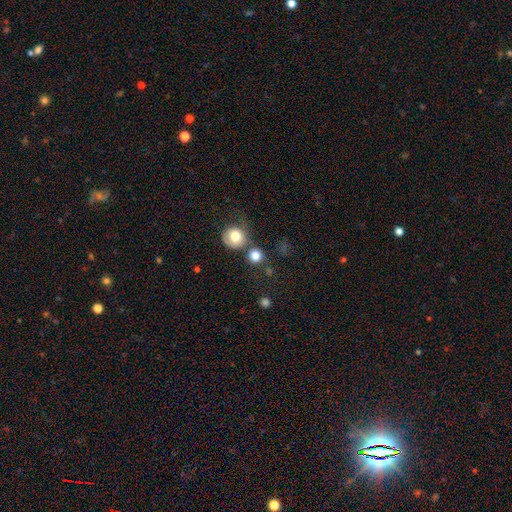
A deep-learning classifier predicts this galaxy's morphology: Smooth or featured: smooth — 81% (star or artifact — 11%)
How rounded: round — 89% (in between — 9%)
Merging: none — 64% (merger — 20%)